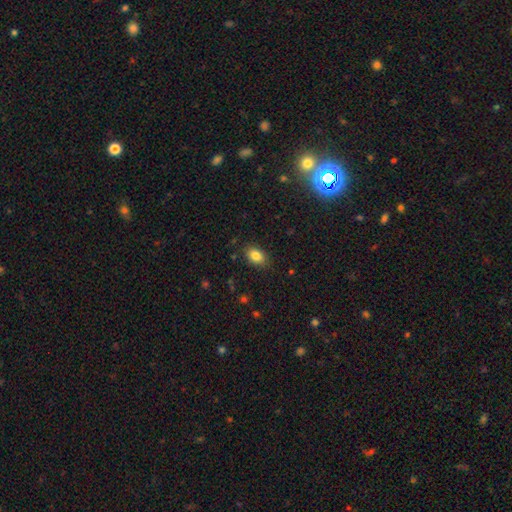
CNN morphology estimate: Smooth or featured? smooth (85%)
How rounded? in between (83%)
Merging? none (85%)